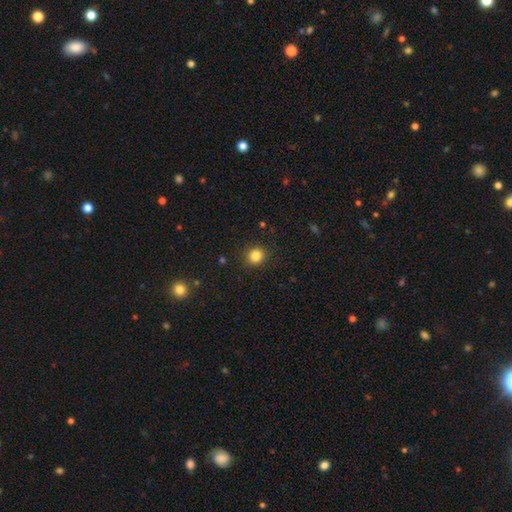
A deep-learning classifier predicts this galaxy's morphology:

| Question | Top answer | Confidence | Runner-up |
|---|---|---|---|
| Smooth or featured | smooth | 84% | star or artifact (11%) |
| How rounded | round | 87% | in between (12%) |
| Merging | none | 91% | minor disturbance (6%) |